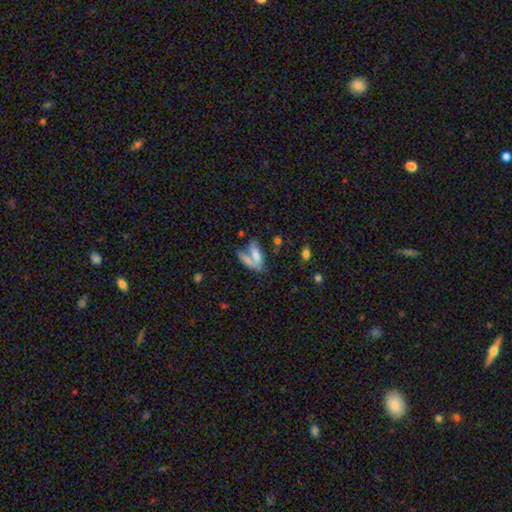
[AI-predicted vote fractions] This appears to be a smooth galaxy with no disk features (66%) that is in between round and cigar-shaped (56%). Merging: merger (44%).